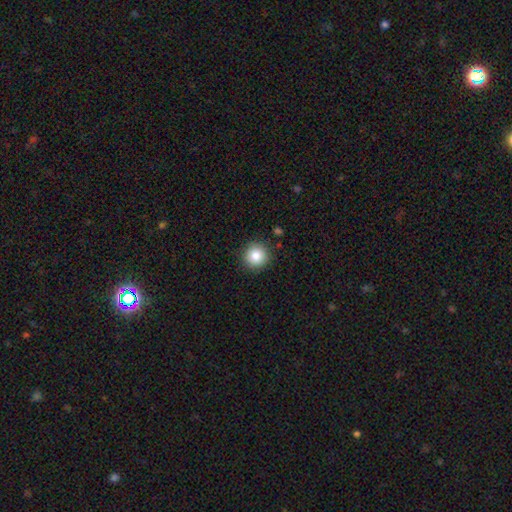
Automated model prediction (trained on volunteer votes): Smooth or featured? smooth (85%)
How rounded? round (94%)
Merging? none (89%)